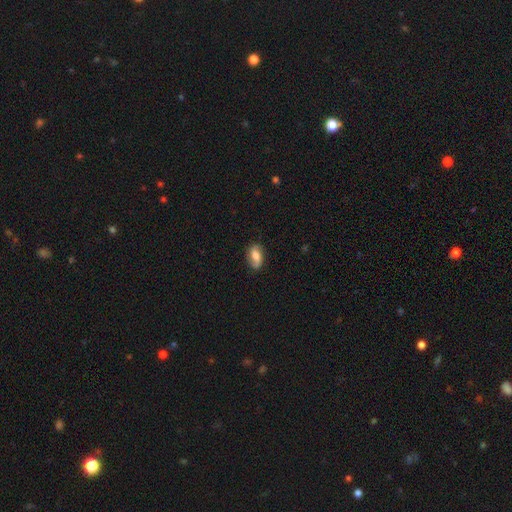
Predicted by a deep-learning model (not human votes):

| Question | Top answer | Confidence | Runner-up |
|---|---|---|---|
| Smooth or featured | smooth | 54% | featured or disk (38%) |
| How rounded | in between | 86% | round (9%) |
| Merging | none | 76% | minor disturbance (18%) |